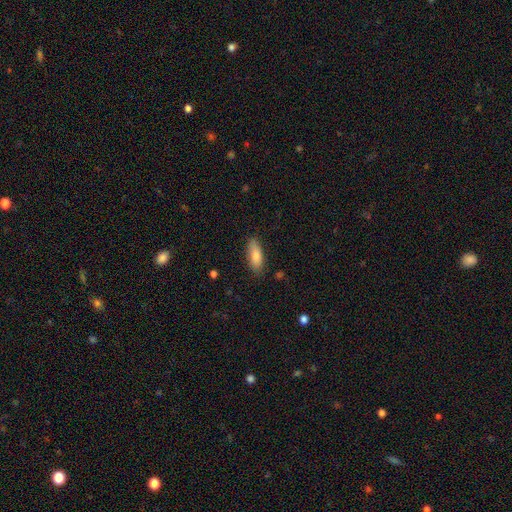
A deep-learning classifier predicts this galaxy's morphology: type=smooth (82%); roundness=in between (67%); merging=none (84%).